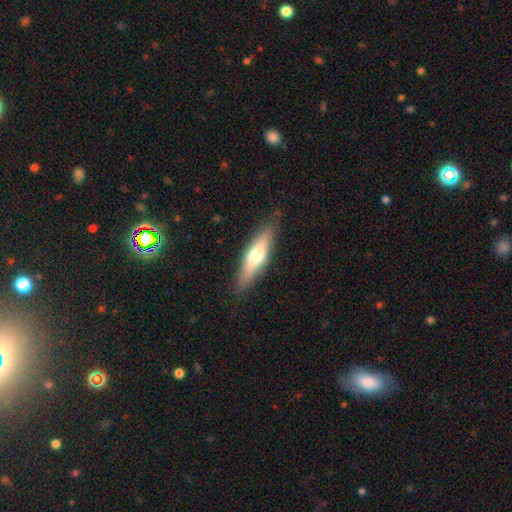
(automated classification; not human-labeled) This appears to be a smooth galaxy with no disk features (51%) that is cigar-shaped (71%). Merging: none (85%).